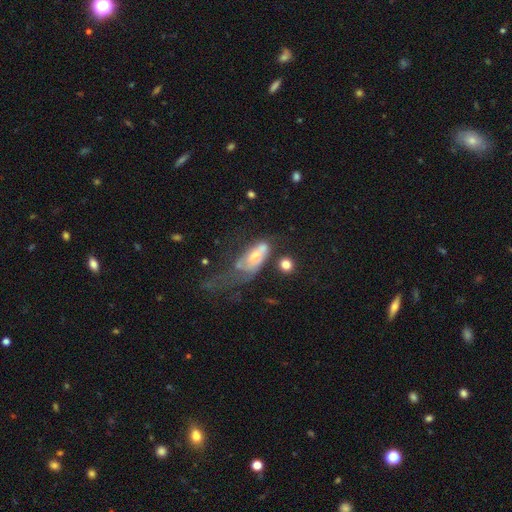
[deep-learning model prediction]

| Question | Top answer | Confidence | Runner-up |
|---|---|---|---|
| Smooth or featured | smooth | 48% | featured or disk (44%) |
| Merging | major disturbance | 46% | merger (22%) |